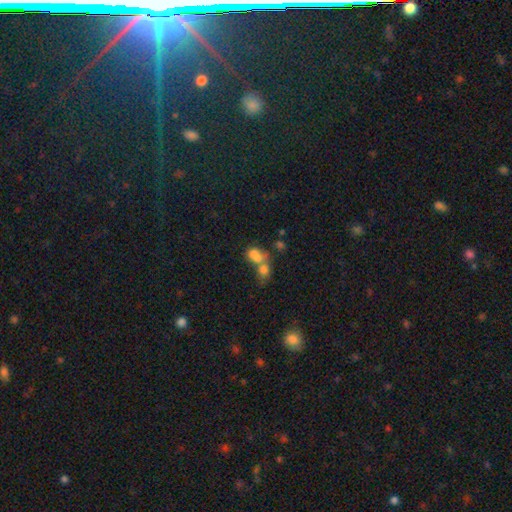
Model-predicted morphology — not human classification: The model was most divided on "how rounded": in between: 58%, round: 41%, cigar-shaped: 2%. More confident: merging — merger (69%); smooth or featured — smooth (69%).